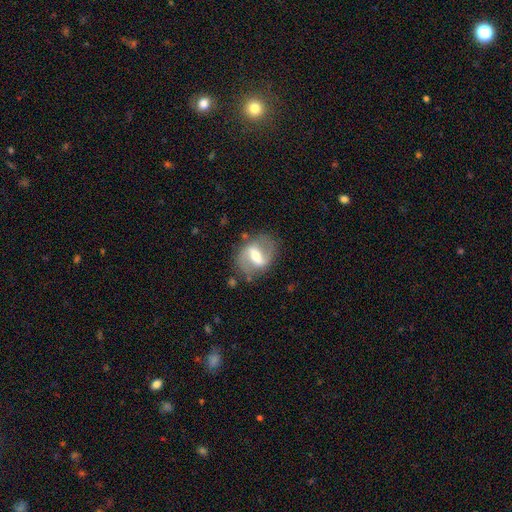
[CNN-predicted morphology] Smooth or featured?
  - featured or disk: 72% *
  - smooth: 22%
  - star or artifact: 7%
Edge-on disk?
  - no: 93% *
  - yes: 7%
Bar?
  - strong: 56% *
  - weak: 33%
  - no: 11%
Spiral arms?
  - yes: 71% *
  - no: 29%
Bulge size?
  - moderate: 60% *
  - small: 25%
  - large: 11%
  - none: 2%
  - dominant: 2%
Merging?
  - none: 73% *
  - minor disturbance: 16%
  - major disturbance: 9%
  - merger: 3%